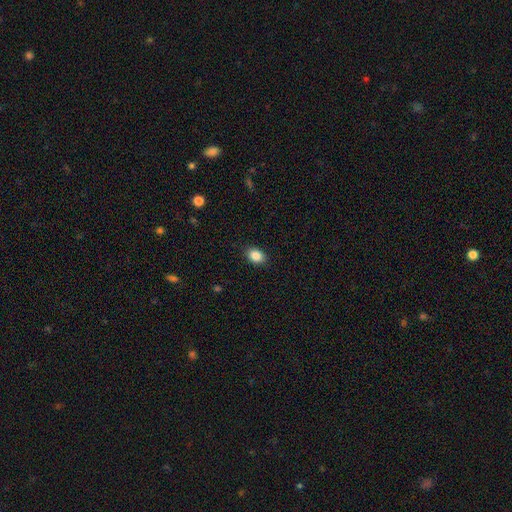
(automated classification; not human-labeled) Smooth or featured? smooth (87%)
How rounded? in between (75%)
Merging? none (89%)